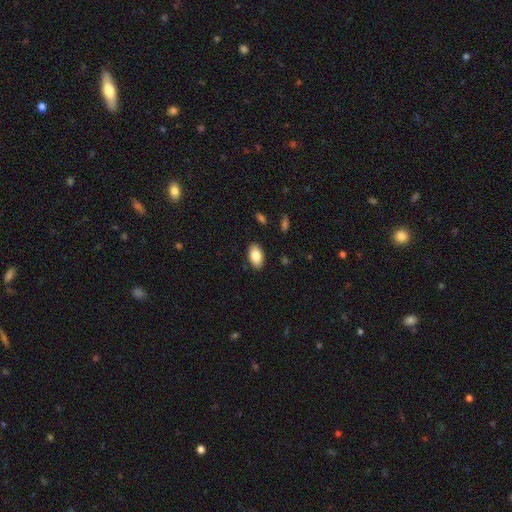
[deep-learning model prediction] Smooth or featured: smooth — 83% (featured or disk — 10%)
How rounded: in between — 93% (round — 5%)
Merging: none — 88% (minor disturbance — 9%)